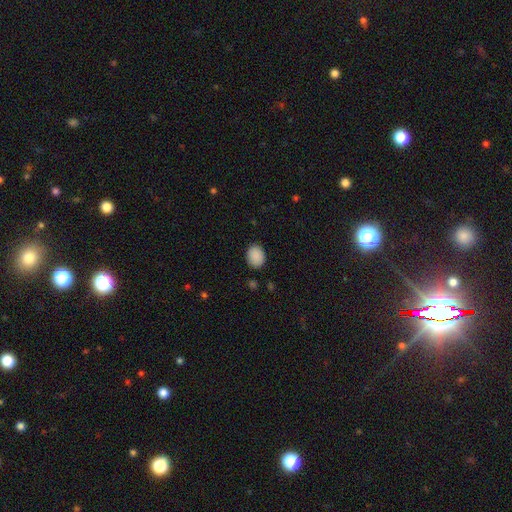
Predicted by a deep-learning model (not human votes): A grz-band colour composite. It shows a smooth galaxy with no disk features (89%) that is in between round and cigar-shaped (55%). Merging: none (85%).